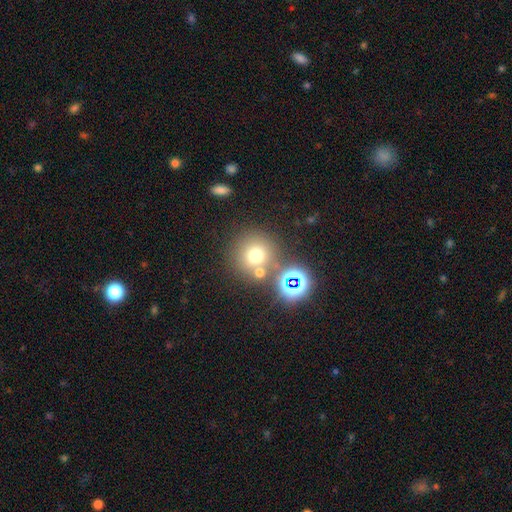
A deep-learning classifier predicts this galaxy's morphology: Smooth or featured?
  - smooth: 67% *
  - star or artifact: 22%
  - featured or disk: 11%
How rounded?
  - round: 93% *
  - in between: 6%
  - cigar-shaped: 1%
Merging?
  - none: 69% *
  - merger: 18%
  - minor disturbance: 9%
  - major disturbance: 4%